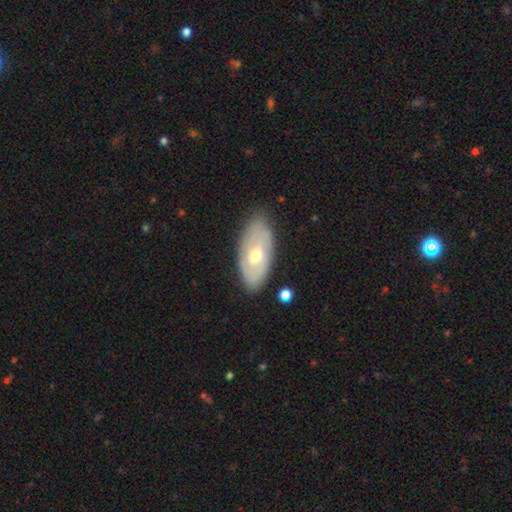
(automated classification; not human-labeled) The model was most divided on "smooth or featured": featured or disk: 56%, smooth: 38%, star or artifact: 6%. More confident: edge-on disk — no (87%); merging — none (74%).